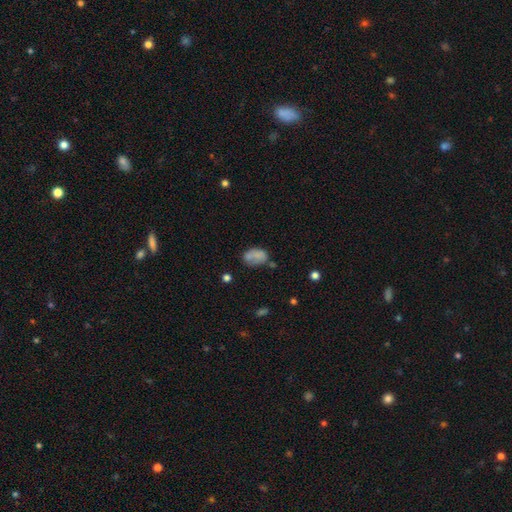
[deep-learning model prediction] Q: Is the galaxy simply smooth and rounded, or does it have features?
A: smooth — 73%.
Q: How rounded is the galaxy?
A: in between — 83%.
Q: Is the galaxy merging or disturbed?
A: none — 46%.